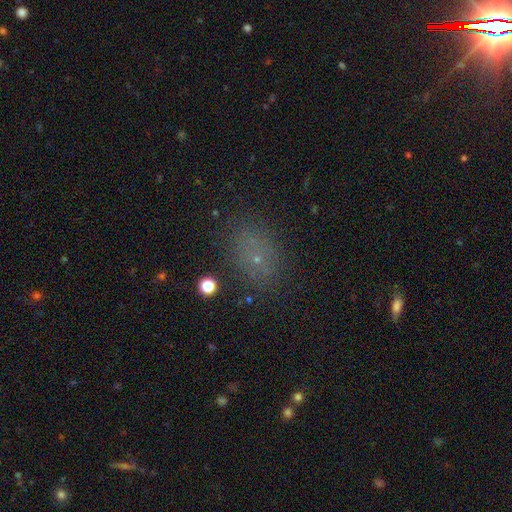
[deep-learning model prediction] A smooth galaxy with no disk features (62%) that is in between round and cigar-shaped (65%). Merging: none (80%).